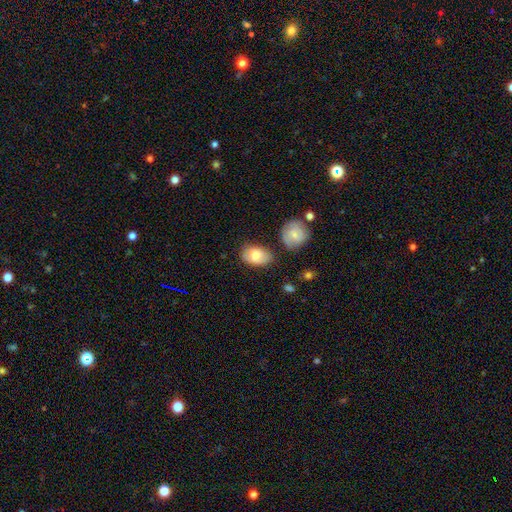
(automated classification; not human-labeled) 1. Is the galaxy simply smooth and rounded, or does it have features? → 78% smooth, 16% featured or disk, 6% star or artifact.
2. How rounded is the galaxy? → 87% in between, 11% round, 1% cigar-shaped.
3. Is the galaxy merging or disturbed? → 70% none, 19% minor disturbance, 6% merger, 4% major disturbance.